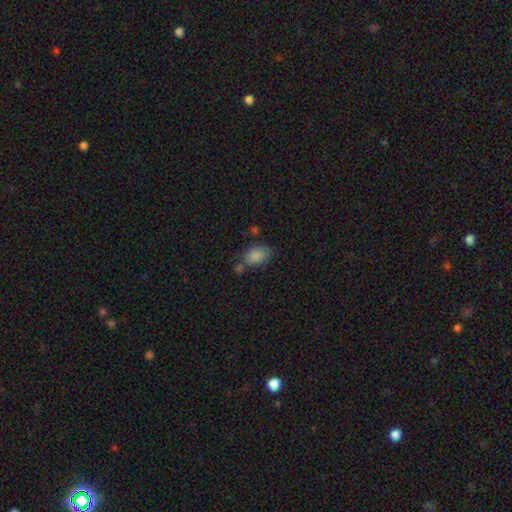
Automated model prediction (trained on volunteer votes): A smooth galaxy with no disk features (85%) that is in between round and cigar-shaped (87%). Merging: none (58%).